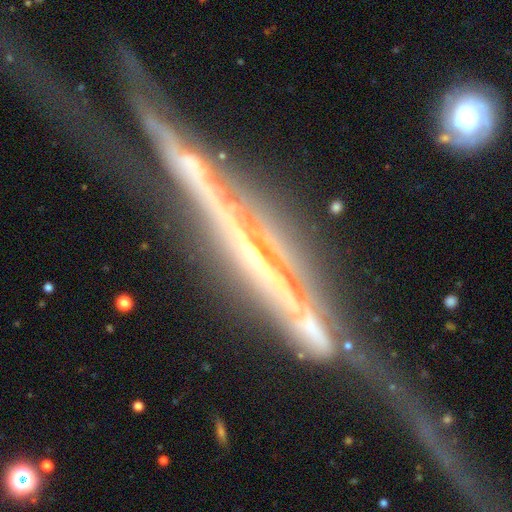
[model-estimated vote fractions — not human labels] featured or disk 86%, star or artifact 7%, smooth 6%. Down the decision tree: edge-on disk — yes (90%); edge-on bulge — rounded (50%); merging — none (42%).